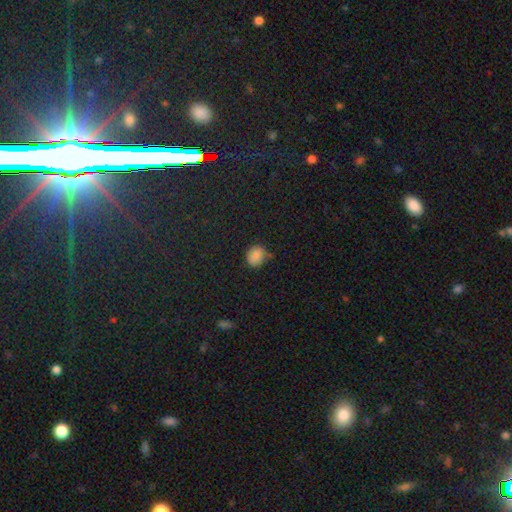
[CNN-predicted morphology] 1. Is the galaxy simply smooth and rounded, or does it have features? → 85% smooth, 11% star or artifact, 4% featured or disk.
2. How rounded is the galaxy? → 66% round, 33% in between, 1% cigar-shaped.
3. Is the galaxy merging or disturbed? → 75% none, 17% minor disturbance, 4% merger, 4% major disturbance.